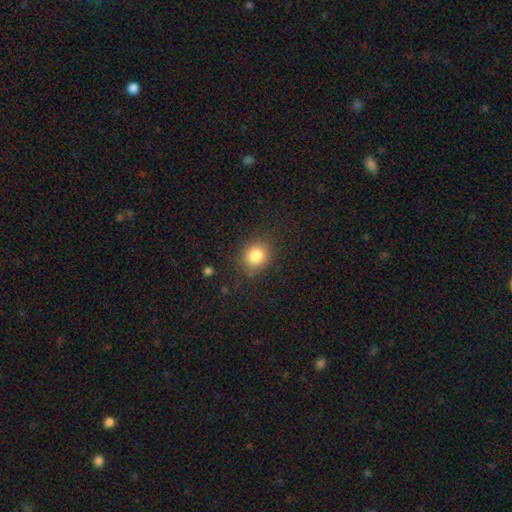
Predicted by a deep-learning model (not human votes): A smooth galaxy with no disk features (84%) that is round (74%). Merging: none (83%).